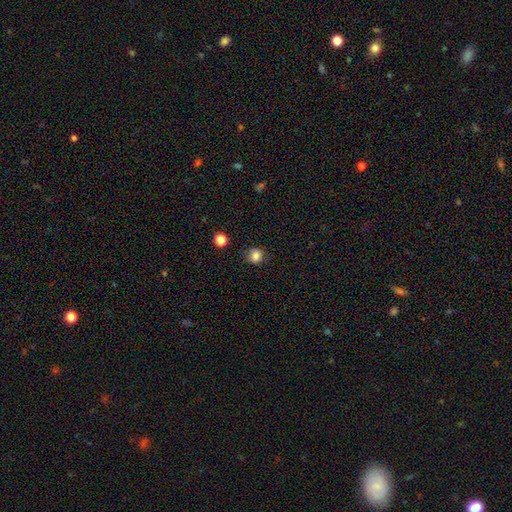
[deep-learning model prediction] Smooth or featured: smooth — 83% (star or artifact — 12%)
How rounded: round — 84% (in between — 15%)
Merging: none — 83% (minor disturbance — 12%)